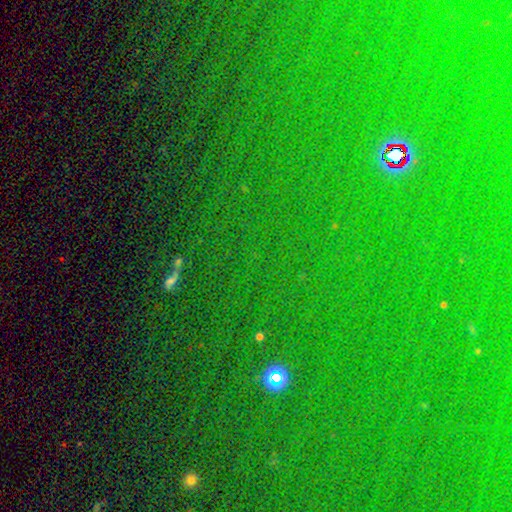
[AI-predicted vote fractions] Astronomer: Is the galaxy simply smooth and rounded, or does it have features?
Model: star or artifact — 80%.